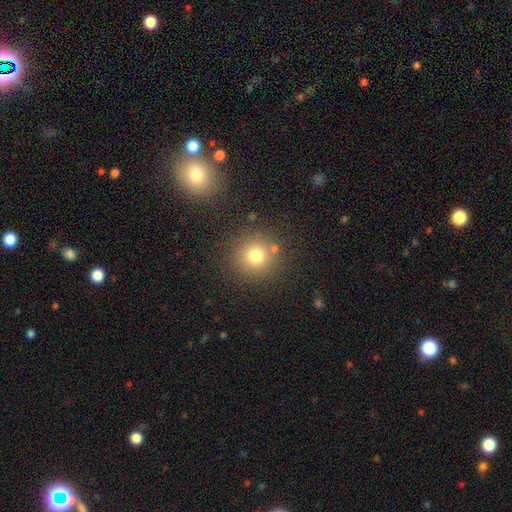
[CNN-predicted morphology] The model was most divided on "smooth or featured": smooth: 76%, star or artifact: 15%, featured or disk: 9%. More confident: how rounded — round (93%); merging — none (82%).